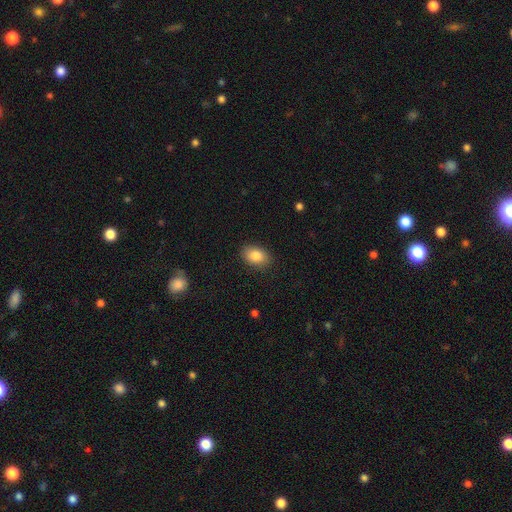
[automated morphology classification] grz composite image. It shows a smooth galaxy with no disk features (85%) that is in between round and cigar-shaped (84%). Merging: none (87%).